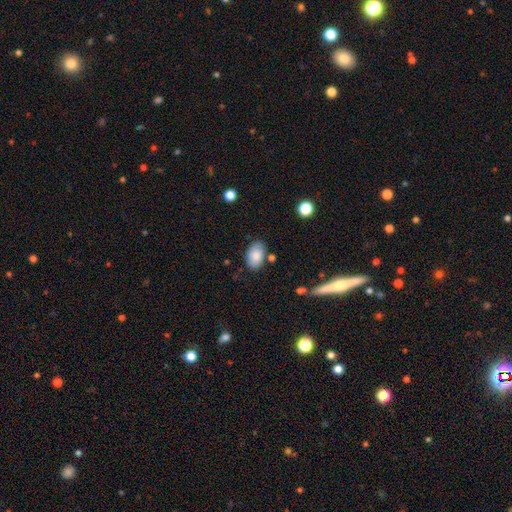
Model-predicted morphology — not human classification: smooth_or_featured: smooth (p=0.84) [alt: featured or disk p=0.09]
how_rounded: in between (p=0.91) [alt: round p=0.08]
merging: none (p=0.78) [alt: minor disturbance p=0.14]